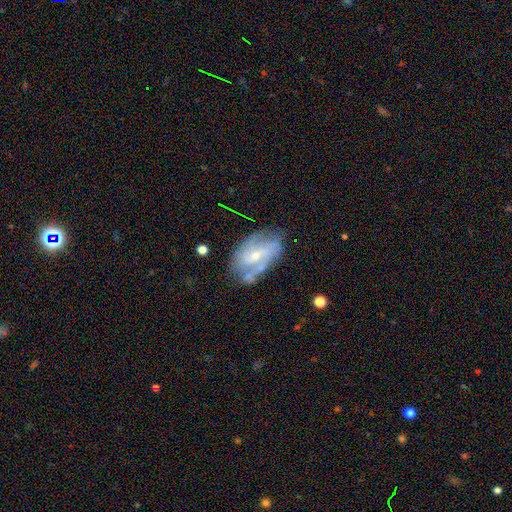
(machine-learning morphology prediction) smooth_or_featured: featured or disk (p=0.75) [alt: smooth p=0.17]
disk_edge_on: no (p=0.95) [alt: yes p=0.05]
bar: weak (p=0.47) [alt: no p=0.36]
has_spiral_arms: yes (p=0.86) [alt: no p=0.14]
spiral_winding: medium (p=0.43) [alt: tight p=0.33]
spiral_arm_count: 2 (p=0.47) [alt: can't tell p=0.28]
bulge_size: small (p=0.61) [alt: moderate p=0.33]
merging: none (p=0.57) [alt: minor disturbance p=0.24]